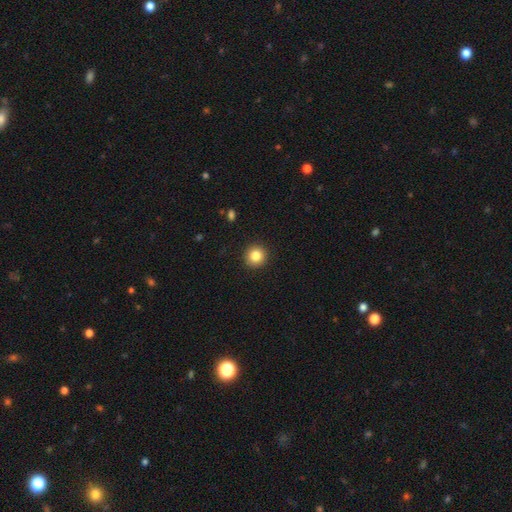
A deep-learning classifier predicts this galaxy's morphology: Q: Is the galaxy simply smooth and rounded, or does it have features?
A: smooth — 84%.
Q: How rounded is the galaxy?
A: round — 94%.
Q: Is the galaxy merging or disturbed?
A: none — 92%.